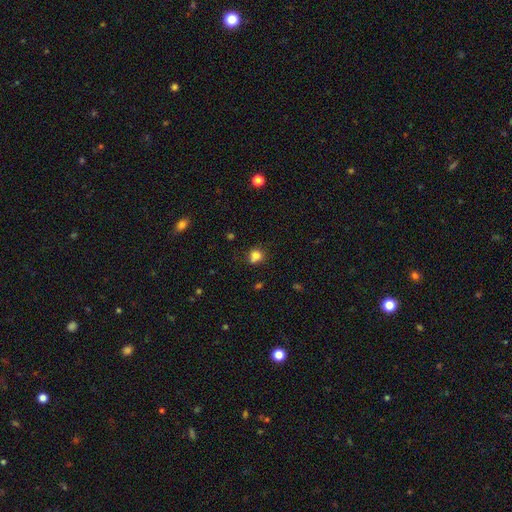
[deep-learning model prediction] Smooth or featured?
  - smooth: 80% *
  - star or artifact: 13%
  - featured or disk: 7%
How rounded?
  - round: 78% *
  - in between: 21%
  - cigar-shaped: 1%
Merging?
  - none: 58% *
  - merger: 20%
  - minor disturbance: 17%
  - major disturbance: 6%